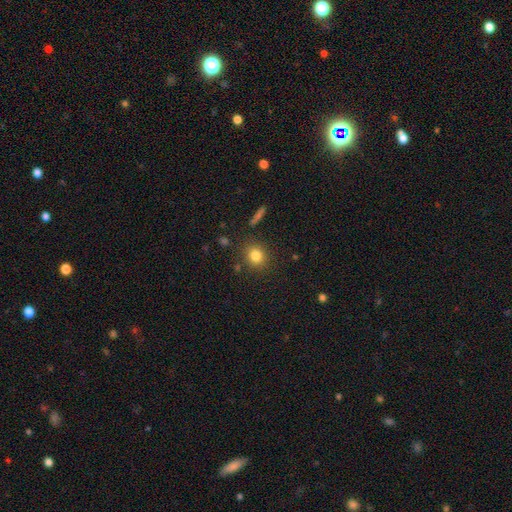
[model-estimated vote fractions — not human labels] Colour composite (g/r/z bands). It shows a smooth galaxy with no disk features (82%) that is round (80%). Merging: none (85%).